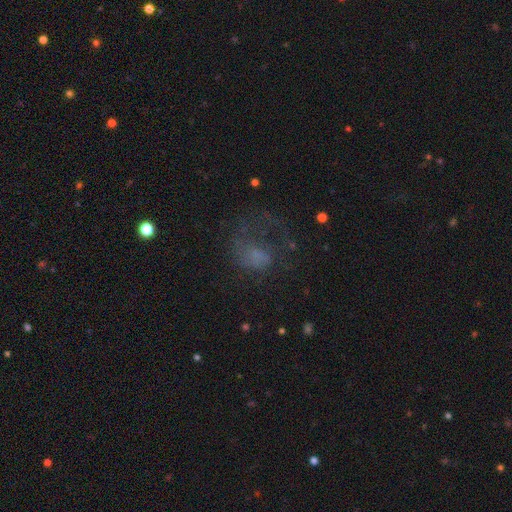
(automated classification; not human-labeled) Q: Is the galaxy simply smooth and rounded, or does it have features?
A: featured or disk — 40%, tied with smooth.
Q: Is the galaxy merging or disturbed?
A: major disturbance — 51%.